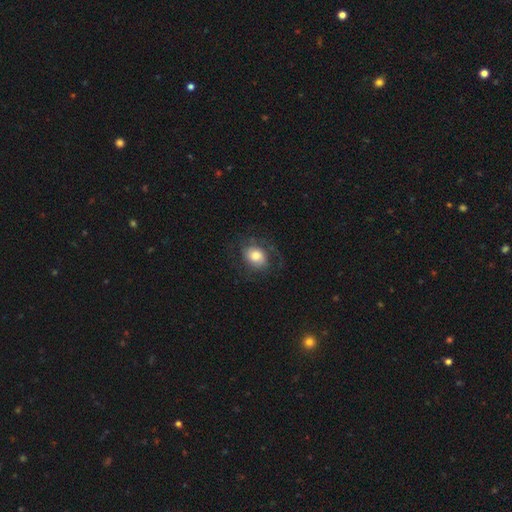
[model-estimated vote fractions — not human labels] Overall: smooth (57%; featured or disk 34%). How rounded: in between (52%; round 47%). Merging: none (61%).